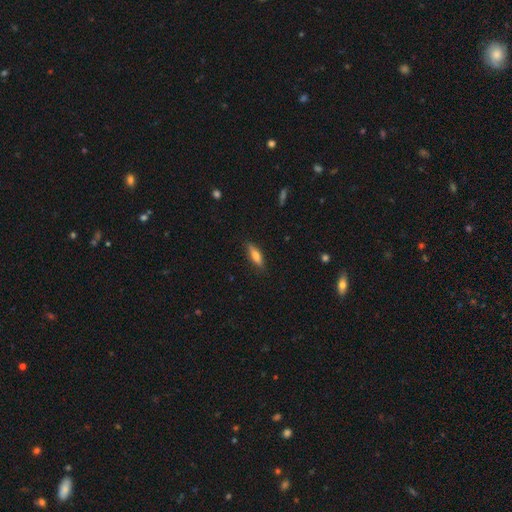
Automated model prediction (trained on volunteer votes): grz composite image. It shows a smooth galaxy with no disk features (67%) that is cigar-shaped (54%). Merging: none (85%).